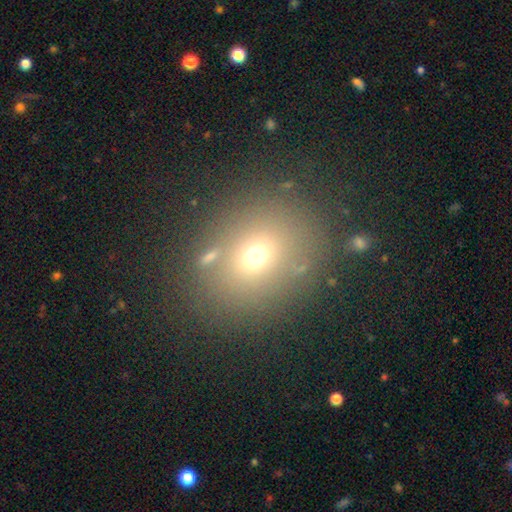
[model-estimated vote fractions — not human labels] Smooth or featured: smooth — 65% (star or artifact — 21%)
How rounded: round — 62% (in between — 36%)
Merging: none — 79% (minor disturbance — 10%)